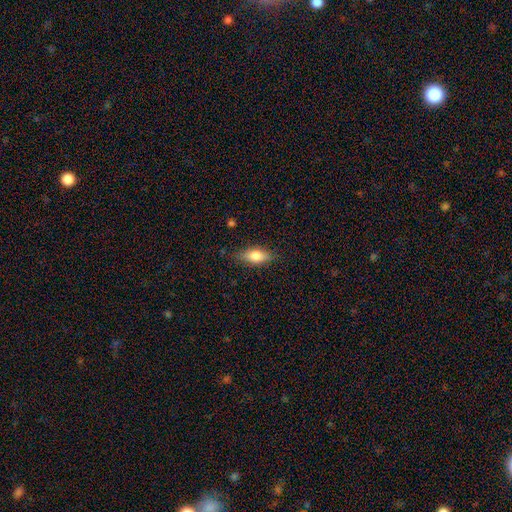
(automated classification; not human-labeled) A smooth galaxy with no disk features (77%) that is in between round and cigar-shaped (79%).

Vote fractions:
- Smooth or featured? smooth: 77% / featured or disk: 16% / star or artifact: 7%
- How rounded? in between: 79% / cigar-shaped: 17% / round: 4%
- Merging? none: 81% / minor disturbance: 15% / major disturbance: 3% / merger: 1%